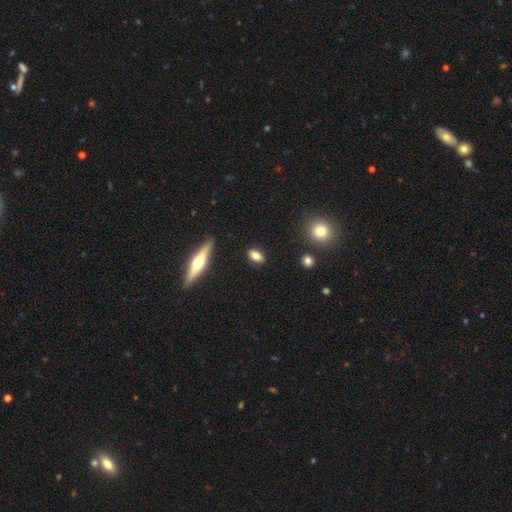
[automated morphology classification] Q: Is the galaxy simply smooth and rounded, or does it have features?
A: smooth — 77%.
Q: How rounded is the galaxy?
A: in between — 79%.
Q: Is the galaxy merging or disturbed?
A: none — 87%.